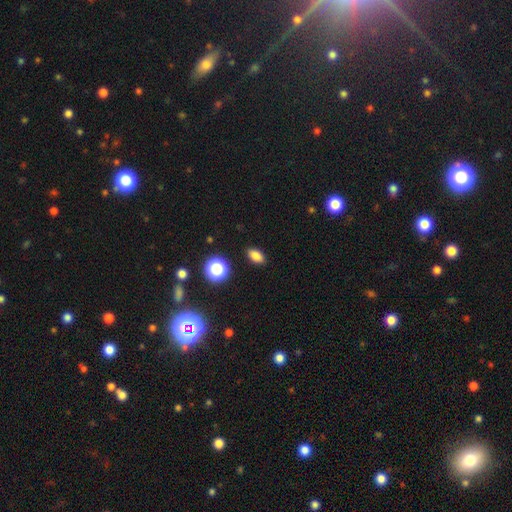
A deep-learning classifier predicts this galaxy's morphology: Smooth or featured: smooth — 81% (star or artifact — 14%)
How rounded: in between — 85% (round — 11%)
Merging: none — 89% (minor disturbance — 7%)